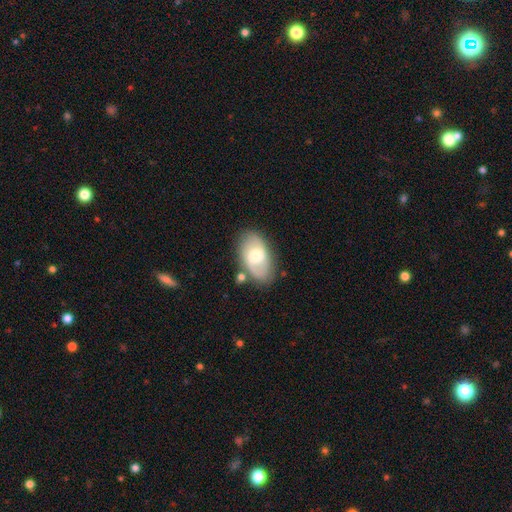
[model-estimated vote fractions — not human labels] Smooth or featured?
  - featured or disk: 54% *
  - smooth: 39%
  - star or artifact: 6%
Edge-on disk?
  - no: 94% *
  - yes: 6%
Bar?
  - no: 53% *
  - weak: 39%
  - strong: 9%
Spiral arms?
  - yes: 78% *
  - no: 22%
Bulge size?
  - moderate: 60% *
  - small: 30%
  - large: 6%
  - none: 1%
  - dominant: 1%
Merging?
  - none: 72% *
  - minor disturbance: 16%
  - merger: 7%
  - major disturbance: 5%